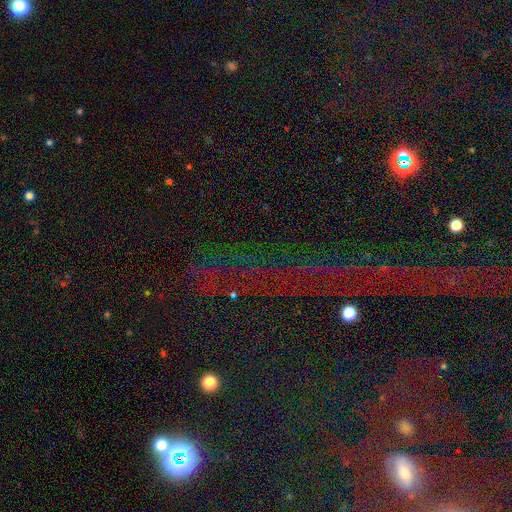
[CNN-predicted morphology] type=star or artifact (75%).